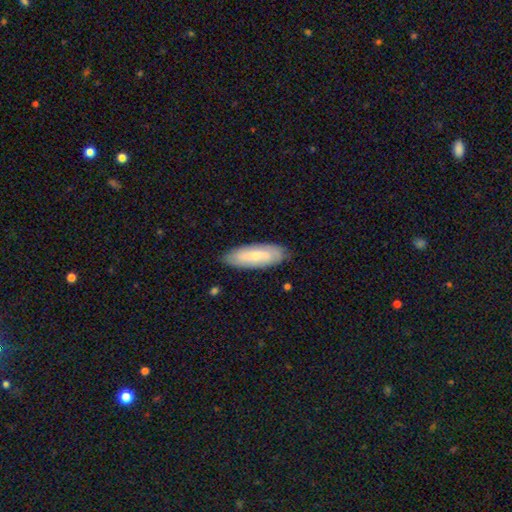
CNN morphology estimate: Smooth or featured? Predicted: smooth (p=0.54). How rounded? Predicted: in between (p=0.67). Merging? Predicted: none (p=0.83).